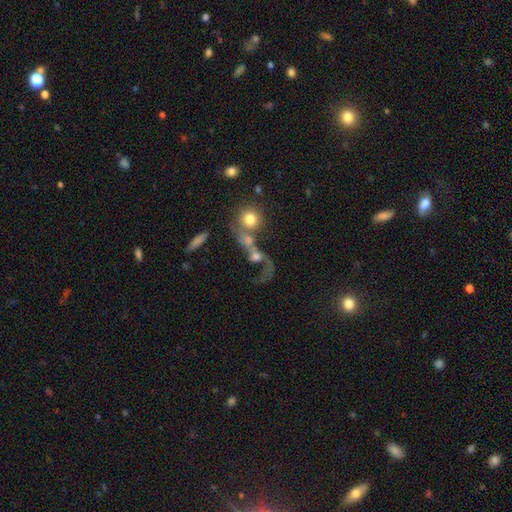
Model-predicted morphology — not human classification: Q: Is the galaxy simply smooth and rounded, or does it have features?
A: featured or disk — 49%.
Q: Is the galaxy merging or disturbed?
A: merger — 54%.